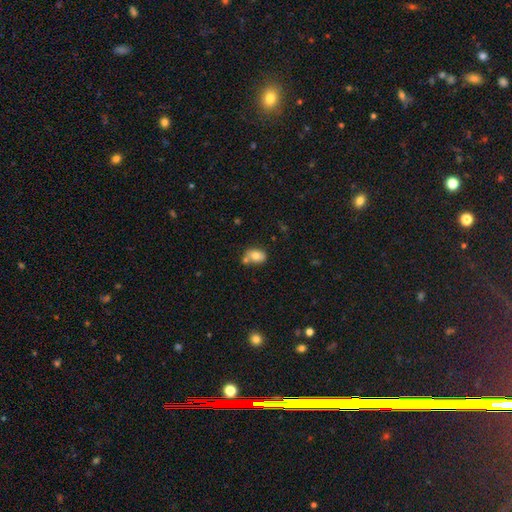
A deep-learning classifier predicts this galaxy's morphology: The model was most divided on "merging": none: 47%, merger: 30%, minor disturbance: 18%, major disturbance: 5%. More confident: smooth or featured — smooth (75%); how rounded — in between (74%).